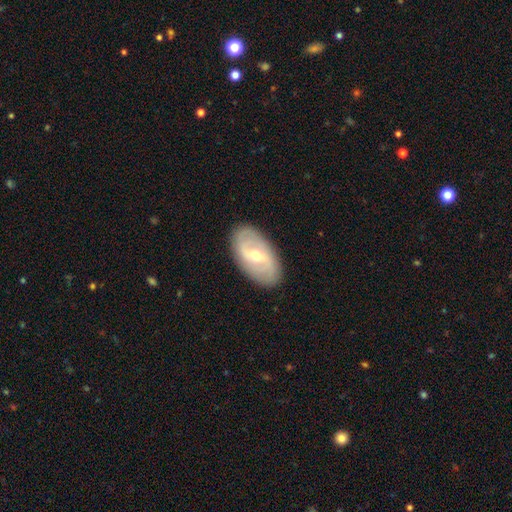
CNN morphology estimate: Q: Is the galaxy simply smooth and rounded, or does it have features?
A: featured or disk — 70%.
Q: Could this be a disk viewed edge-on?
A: no — 92%.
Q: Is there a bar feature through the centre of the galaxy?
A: weak — 54%.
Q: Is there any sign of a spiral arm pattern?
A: yes — 75%.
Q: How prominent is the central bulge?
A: moderate — 59%.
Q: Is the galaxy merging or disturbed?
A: none — 87%.